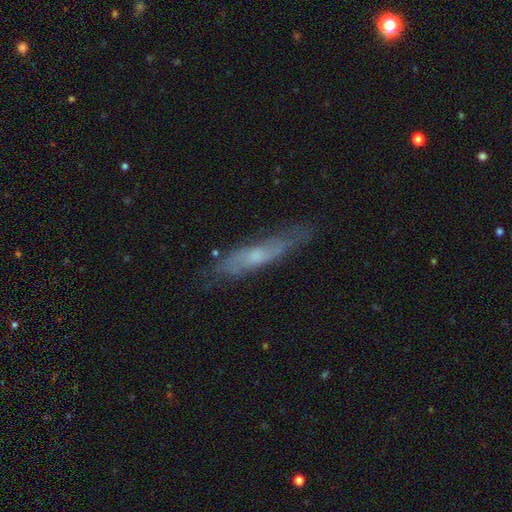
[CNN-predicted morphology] featured or disk 52%, smooth 40%, star or artifact 8%. Down the decision tree: edge-on disk — yes (63%); merging — none (73%).